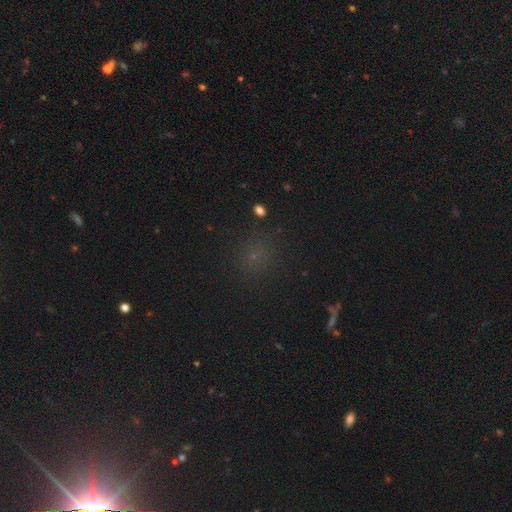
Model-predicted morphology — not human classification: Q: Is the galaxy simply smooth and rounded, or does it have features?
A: smooth — 55%.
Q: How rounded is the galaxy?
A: round — 84%.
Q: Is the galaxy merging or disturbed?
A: none — 84%.